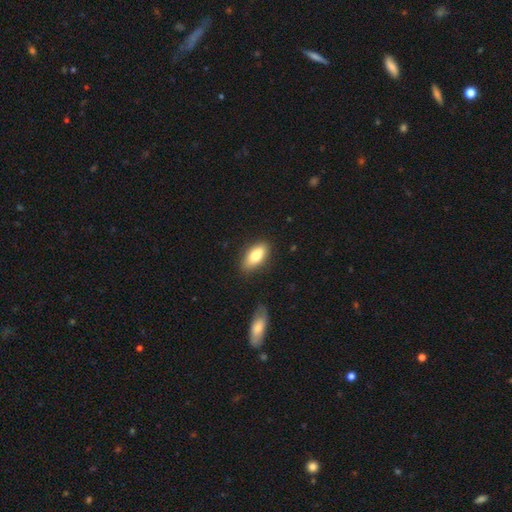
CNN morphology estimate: type=smooth (76%); roundness=in between (86%); merging=none (79%).